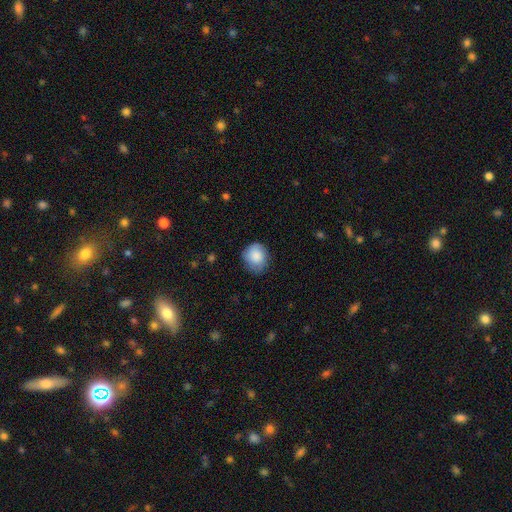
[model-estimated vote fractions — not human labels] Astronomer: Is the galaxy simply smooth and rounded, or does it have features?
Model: smooth — 84%.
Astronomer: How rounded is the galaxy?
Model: round — 74%.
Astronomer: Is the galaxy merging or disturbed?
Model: none — 71%.